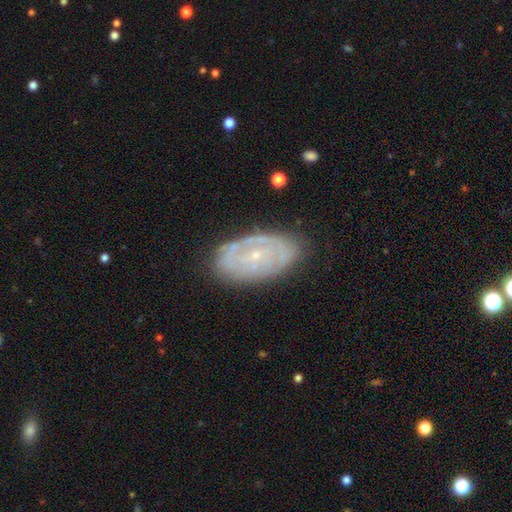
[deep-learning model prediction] smooth-or-featured: featured or disk: 73% | smooth: 20% | star or artifact: 7%
  disk-edge-on: no: 94% | yes: 6%
    bar: no: 73% | weak: 22% | strong: 5%
    has-spiral-arms: yes: 73% | no: 27%
    bulge-size: small: 82% | moderate: 13% | none: 3% | large: 1% | dominant: 1%
  merging: none: 77% | minor disturbance: 16% | major disturbance: 5% | merger: 2%